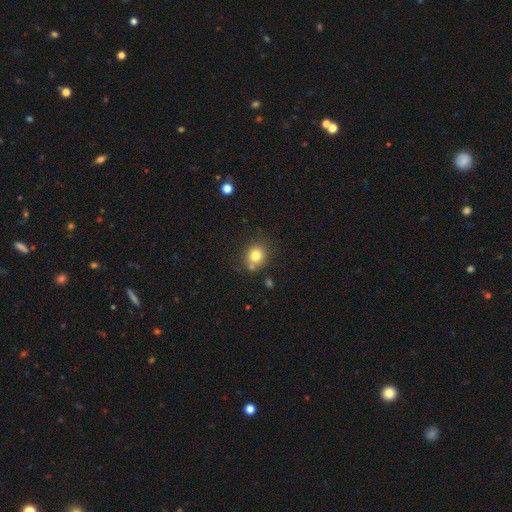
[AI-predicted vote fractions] Smooth or featured? Predicted: smooth (p=0.79). How rounded? Predicted: round (p=0.82). Merging? Predicted: none (p=0.73).